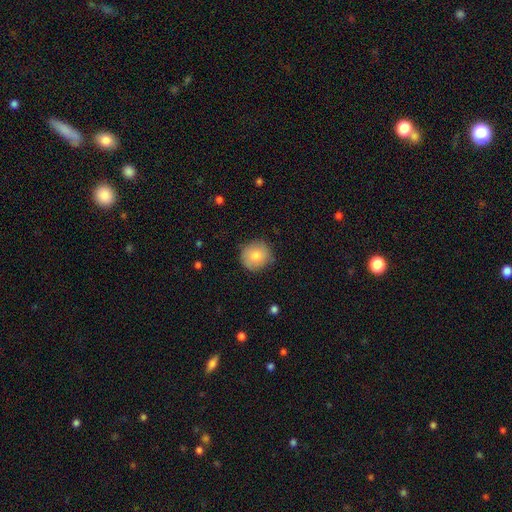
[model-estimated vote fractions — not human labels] The model was most divided on "smooth or featured": smooth: 77%, featured or disk: 15%, star or artifact: 8%. More confident: how rounded — round (92%); merging — none (84%).